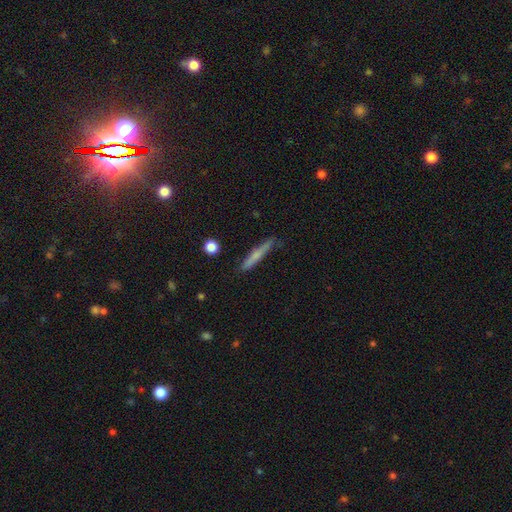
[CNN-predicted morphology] smooth_or_featured: smooth (p=0.59) [alt: featured or disk p=0.34]
how_rounded: cigar-shaped (p=0.93) [alt: in between p=0.05]
merging: none (p=0.80) [alt: minor disturbance p=0.15]